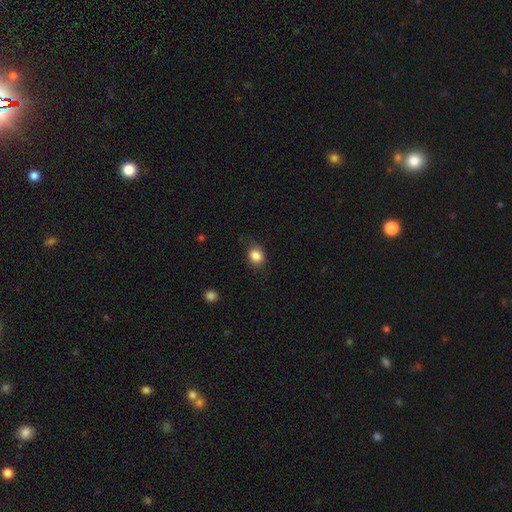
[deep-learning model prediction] This is clearly a smooth galaxy (85%). How rounded: possibly round (55%). Merging: likely none (76%).